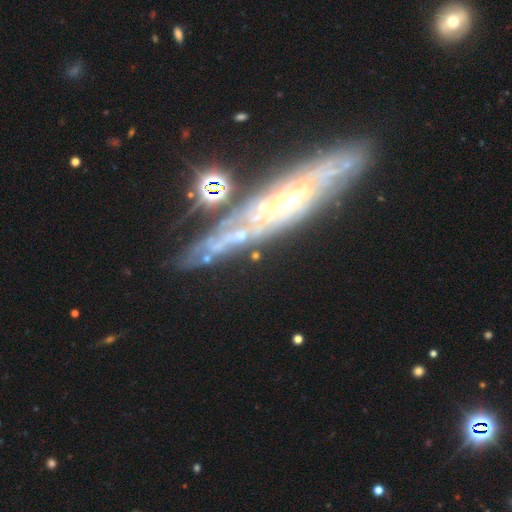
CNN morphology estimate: A featured or disk galaxy (69%). Merging: none (54%).